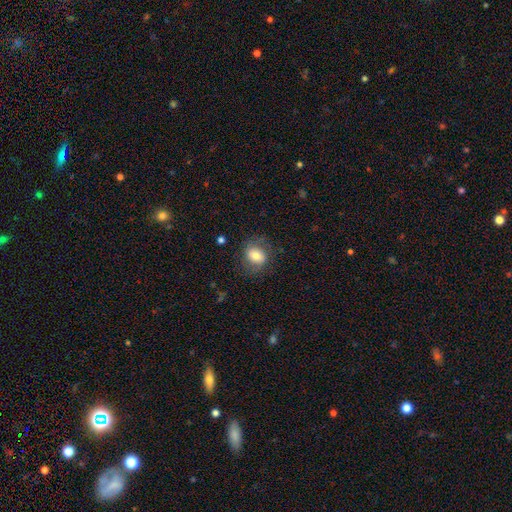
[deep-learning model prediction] The model was most divided on "how rounded": round: 51%, in between: 48%, cigar-shaped: 1%. More confident: merging — none (73%); smooth or featured — smooth (70%).